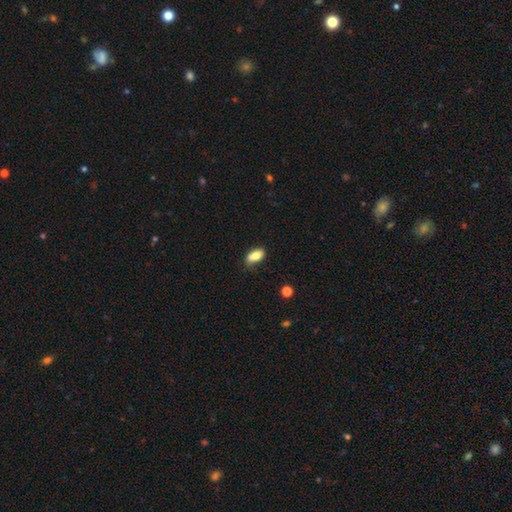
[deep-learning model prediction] A smooth galaxy with no disk features (76%) that is in between round and cigar-shaped (88%).

Vote fractions:
- Smooth or featured? smooth: 76% / featured or disk: 15% / star or artifact: 8%
- How rounded? in between: 88% / round: 8% / cigar-shaped: 4%
- Merging? none: 47% / minor disturbance: 27% / merger: 18% / major disturbance: 8%